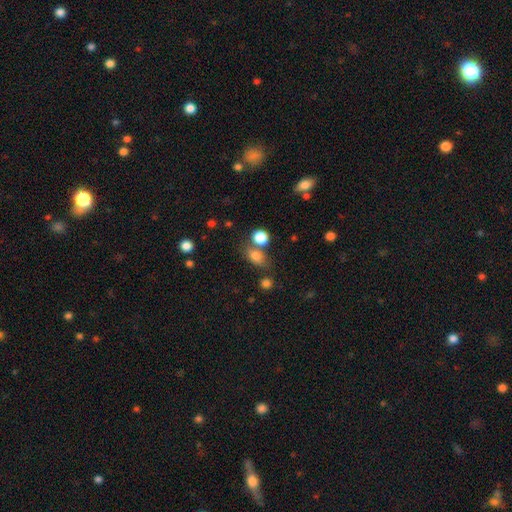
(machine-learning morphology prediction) Smooth or featured?
  - smooth: 78% *
  - star or artifact: 13%
  - featured or disk: 9%
How rounded?
  - in between: 64% *
  - round: 33%
  - cigar-shaped: 4%
Merging?
  - none: 60% *
  - merger: 21%
  - minor disturbance: 14%
  - major disturbance: 5%